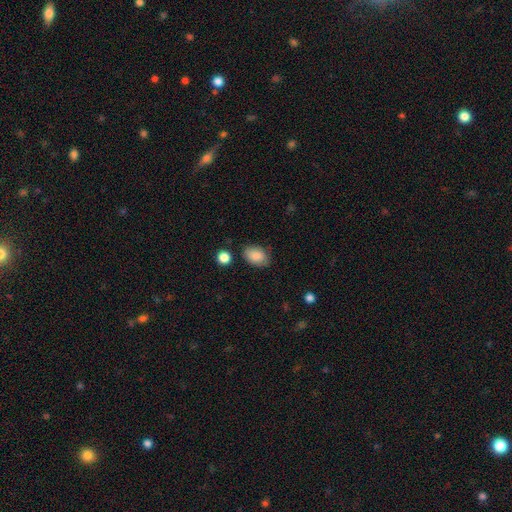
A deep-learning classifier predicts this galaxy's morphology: Overall: smooth (86%). How rounded: in between (84%). Merging: none (78%).